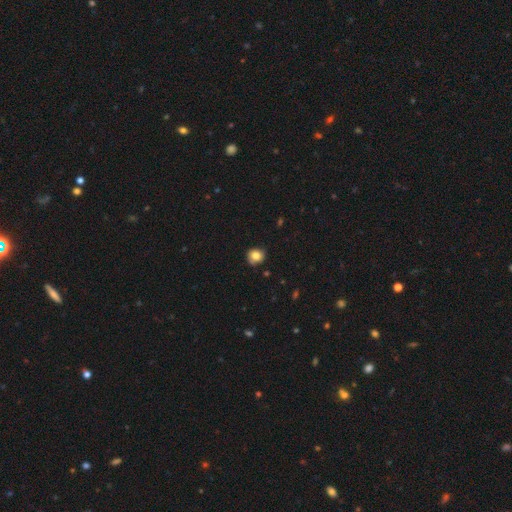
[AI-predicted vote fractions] A smooth galaxy with no disk features (80%) that is round (84%).

Vote fractions:
- Smooth or featured? smooth: 80% / star or artifact: 10% / featured or disk: 10%
- How rounded? round: 84% / in between: 15% / cigar-shaped: 1%
- Merging? none: 80% / minor disturbance: 16% / major disturbance: 3% / merger: 2%